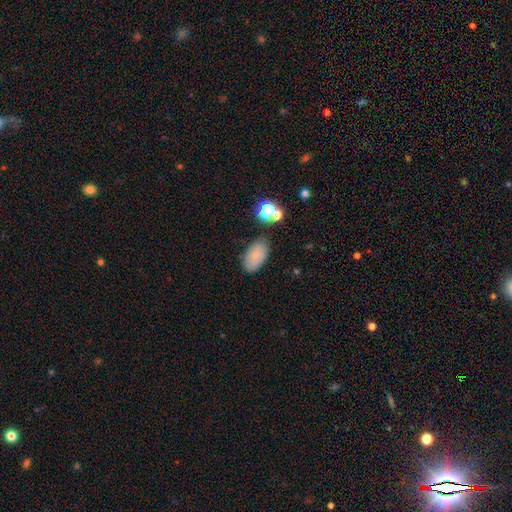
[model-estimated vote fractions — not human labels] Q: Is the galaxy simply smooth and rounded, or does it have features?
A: smooth — 82%.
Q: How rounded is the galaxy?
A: in between — 93%.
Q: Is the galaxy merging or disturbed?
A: none — 78%.